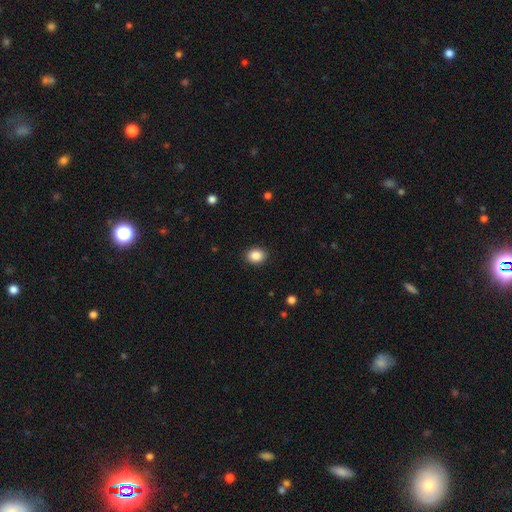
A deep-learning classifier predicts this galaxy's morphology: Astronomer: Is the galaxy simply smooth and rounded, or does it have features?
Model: smooth — 87%.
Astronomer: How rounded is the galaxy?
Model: round — 50% (runner-up: in between, 49%).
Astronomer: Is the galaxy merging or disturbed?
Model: none — 90%.